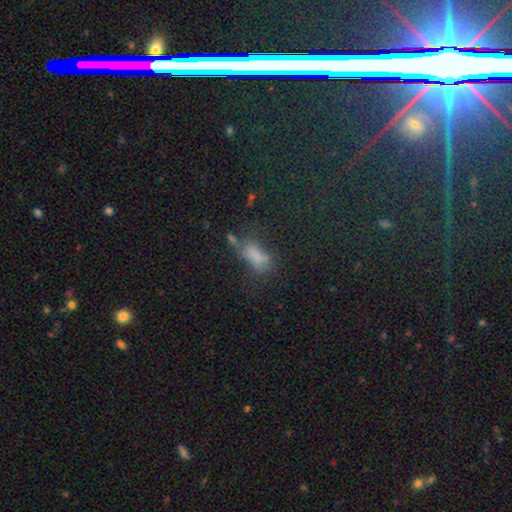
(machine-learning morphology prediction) smooth_or_featured: smooth (p=0.65) [alt: star or artifact p=0.20]
how_rounded: in between (p=0.79) [alt: cigar-shaped p=0.14]
merging: none (p=0.33) [alt: major disturbance p=0.28]